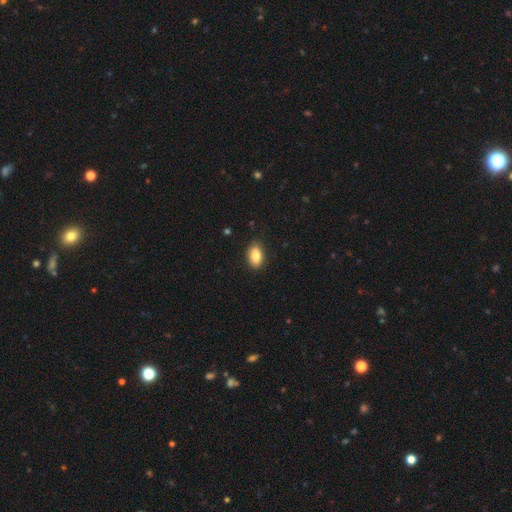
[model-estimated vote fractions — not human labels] Morphology: type=smooth (86%); roundness=in between (91%); merging=none (87%).